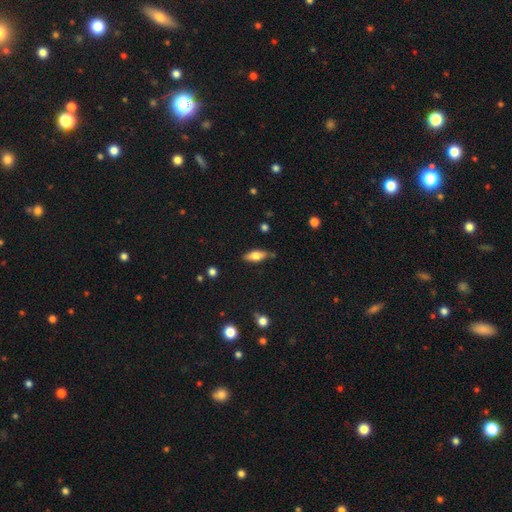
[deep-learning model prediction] smooth 67%, featured or disk 26%, star or artifact 7%. Down the decision tree: how rounded — in between (69%); merging — none (78%).